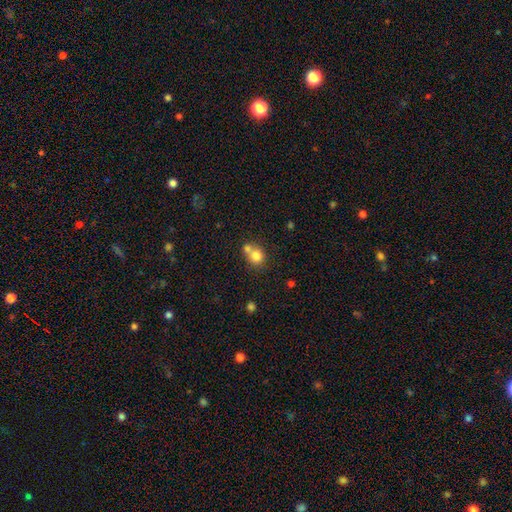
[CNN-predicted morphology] Smooth or featured? Predicted: smooth (p=0.78). How rounded? Predicted: round (p=0.82). Merging? Predicted: merger (p=0.46).